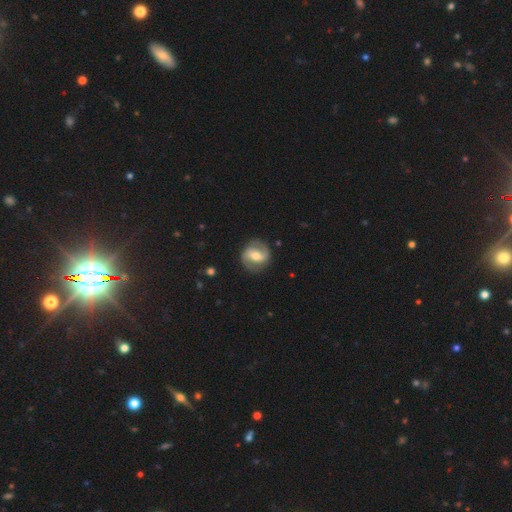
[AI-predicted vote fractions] Morphology: type=featured or disk (74%); edge-on=no (97%); bar=weak (42%); spiral arms=yes (86%); winding=medium (48%); arm count=2 (90%); bulge=moderate (67%); merging=none (85%).